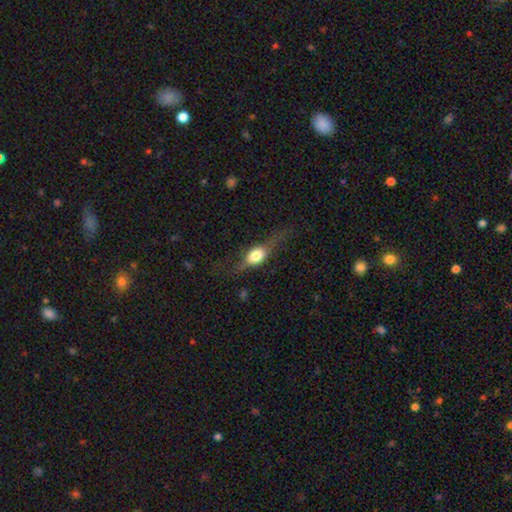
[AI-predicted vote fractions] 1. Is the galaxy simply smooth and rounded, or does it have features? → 46% featured or disk, 45% smooth, 8% star or artifact.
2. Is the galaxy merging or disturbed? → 64% none, 21% minor disturbance, 14% major disturbance, 2% merger.